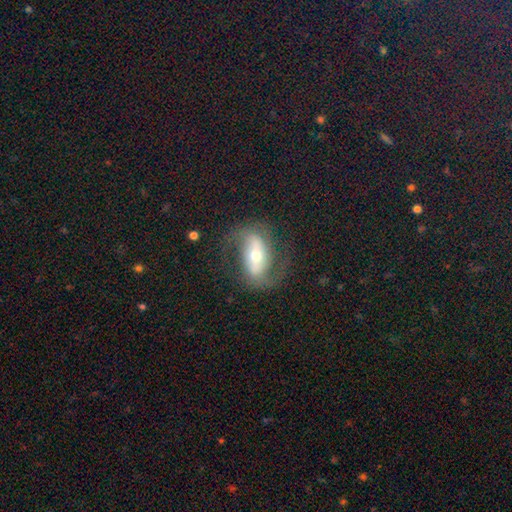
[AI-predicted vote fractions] This appears to be a featured or disk galaxy (75%) with a strong bar (52%), 2 (87%) medium (43%) spiral arms (84%) and a moderate central bulge (54%). Merging: none (70%).